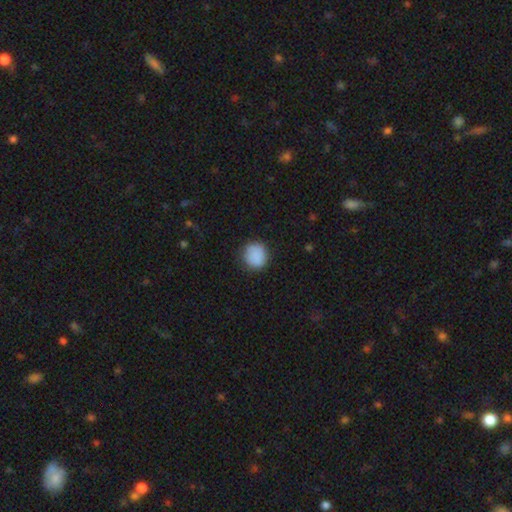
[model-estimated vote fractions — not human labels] Smooth or featured? smooth (88%)
How rounded? round (87%)
Merging? none (84%)